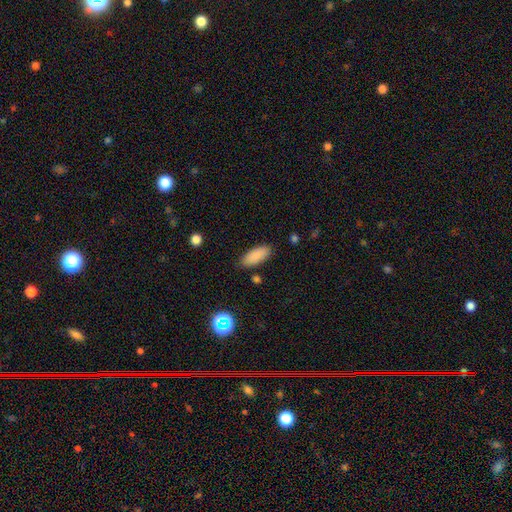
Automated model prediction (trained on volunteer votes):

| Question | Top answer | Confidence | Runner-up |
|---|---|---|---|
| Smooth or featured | smooth | 87% | star or artifact (8%) |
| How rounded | in between | 79% | cigar-shaped (19%) |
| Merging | none | 85% | minor disturbance (10%) |